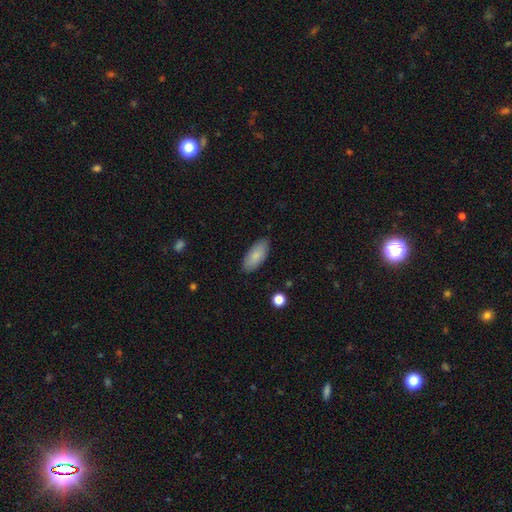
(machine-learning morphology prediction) This is clearly a smooth galaxy (84%). How rounded: clearly in between (89%). Merging: clearly none (86%).